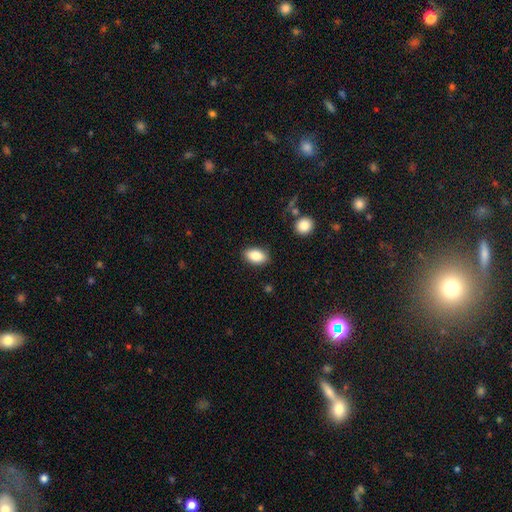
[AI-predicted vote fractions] Morphology: type=smooth (85%); roundness=in between (90%); merging=none (87%).